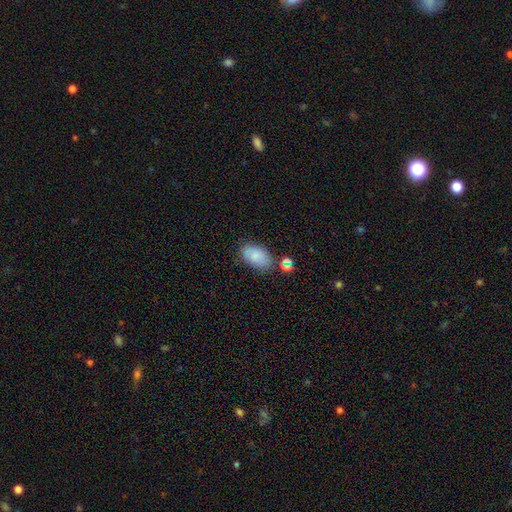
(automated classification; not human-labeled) Smooth or featured? smooth (84%)
How rounded? in between (93%)
Merging? none (74%)